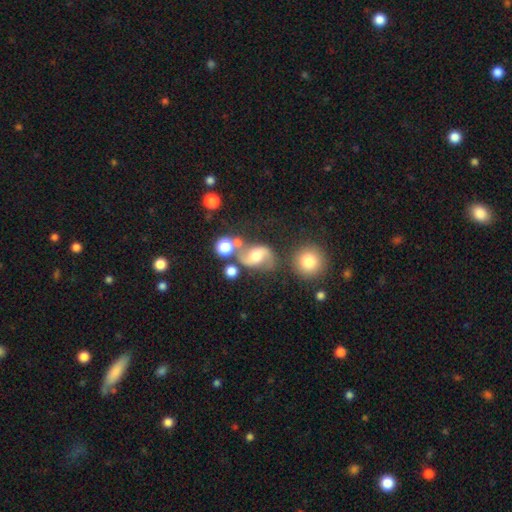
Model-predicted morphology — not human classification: Smooth or featured? Predicted: featured or disk (p=0.70). Edge-on disk? Predicted: no (p=0.97). Bar? Predicted: no (p=0.44). Spiral arms? Predicted: yes (p=0.92). Spiral winding? Predicted: loose (p=0.67). Spiral arm count? Predicted: 2 (p=0.93). Bulge size? Predicted: moderate (p=0.61). Merging? Predicted: none (p=0.60).